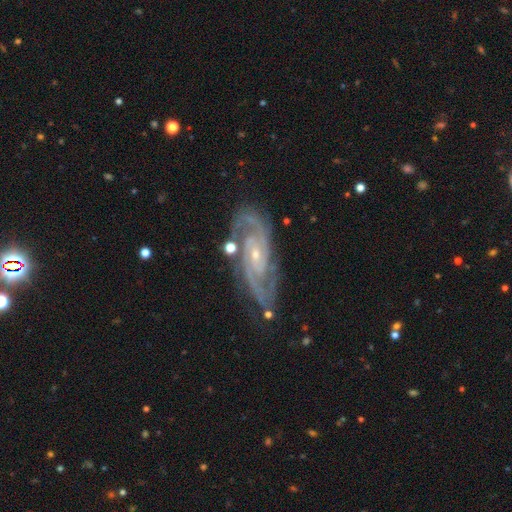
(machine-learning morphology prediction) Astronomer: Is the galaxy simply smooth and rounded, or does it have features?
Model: featured or disk — 90%.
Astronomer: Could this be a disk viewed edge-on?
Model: no — 95%.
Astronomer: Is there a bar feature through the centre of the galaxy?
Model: no — 55% (runner-up: weak, 32%).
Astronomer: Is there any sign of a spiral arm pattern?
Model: yes — 98%.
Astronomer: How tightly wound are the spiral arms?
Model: tight — 51% (runner-up: medium, 41%).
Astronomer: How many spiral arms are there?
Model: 2 — 68%.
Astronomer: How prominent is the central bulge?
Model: small — 80%.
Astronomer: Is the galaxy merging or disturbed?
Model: none — 74%.